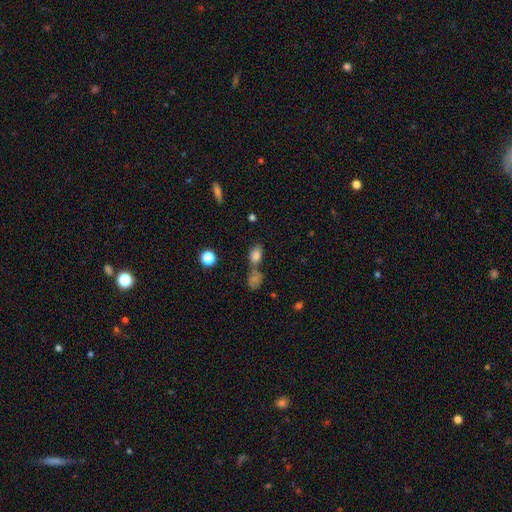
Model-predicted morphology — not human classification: Smooth or featured? smooth (80%)
How rounded? in between (75%)
Merging? none (45%)